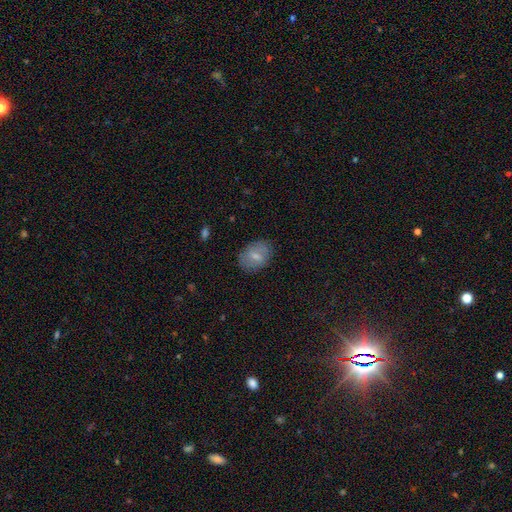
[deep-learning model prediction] Morphology: type=smooth (66%); roundness=in between (78%); merging=none (80%).